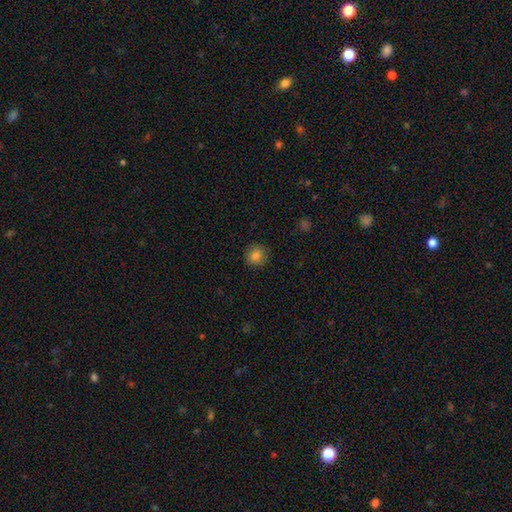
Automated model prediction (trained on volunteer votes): Overall: smooth (83%). How rounded: round (90%). Merging: none (89%).